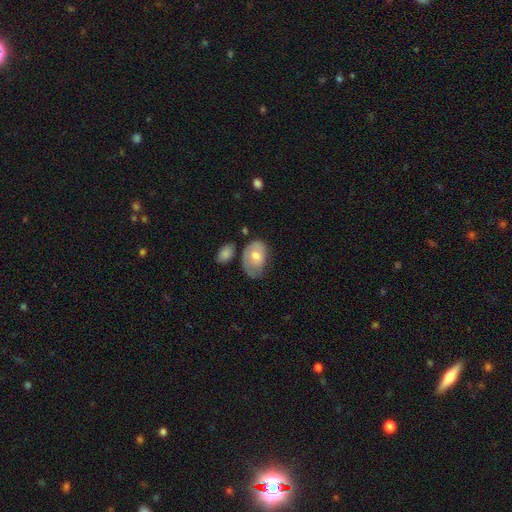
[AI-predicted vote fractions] Morphology: type=smooth (62%); roundness=in between (82%); merging=none (37%).